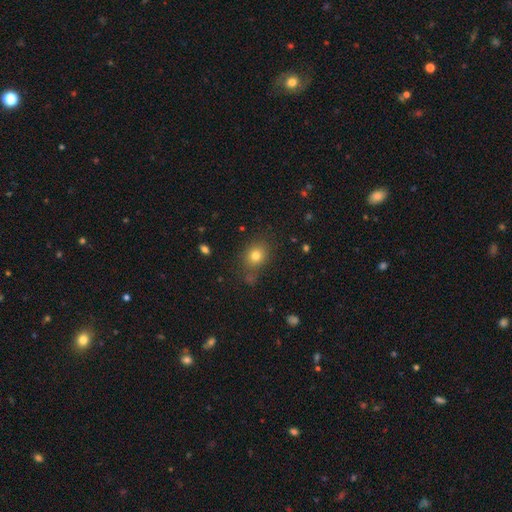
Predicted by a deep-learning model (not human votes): This is likely a smooth galaxy (77%). How rounded: possibly round (59%). Merging: likely none (75%).